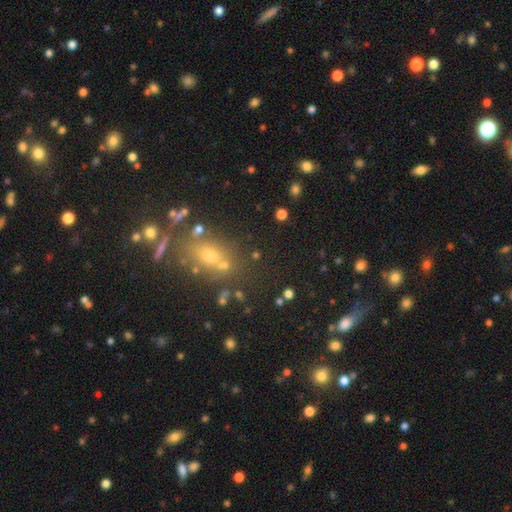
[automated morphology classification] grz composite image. It shows a smooth galaxy with no disk features (50%) that is in between round and cigar-shaped (52%). Merging: none (65%).